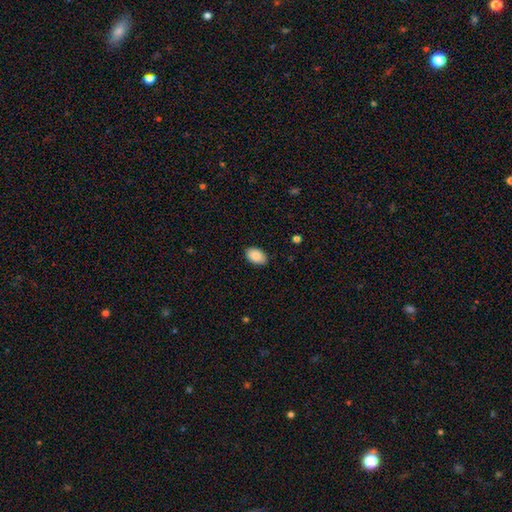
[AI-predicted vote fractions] Q: Smooth or featured?
A: smooth (89%); runner-up: star or artifact (7%)
Q: How rounded?
A: in between (89%); runner-up: round (10%)
Q: Merging?
A: none (85%); runner-up: minor disturbance (12%)